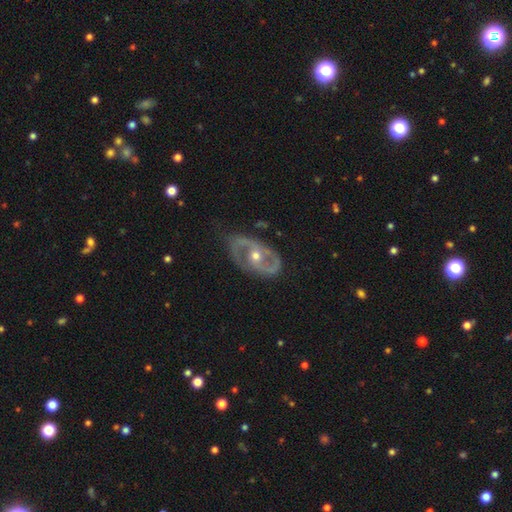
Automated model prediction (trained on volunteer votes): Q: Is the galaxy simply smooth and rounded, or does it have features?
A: featured or disk — 85%.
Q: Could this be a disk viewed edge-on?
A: no — 95%.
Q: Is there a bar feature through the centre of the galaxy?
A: no — 54%.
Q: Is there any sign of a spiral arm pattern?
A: yes — 82%.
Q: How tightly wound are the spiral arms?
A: medium — 48%.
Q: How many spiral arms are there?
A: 2 — 85%.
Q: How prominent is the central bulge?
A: moderate — 64%.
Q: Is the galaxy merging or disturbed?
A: none — 78%.